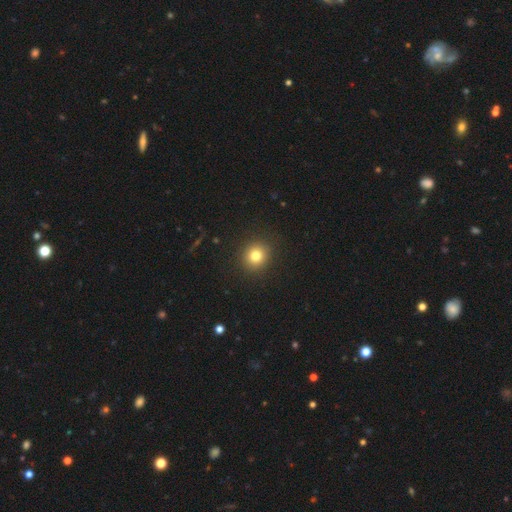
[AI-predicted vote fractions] smooth-or-featured: smooth: 80% | star or artifact: 12% | featured or disk: 7%
  how-rounded: round: 89% | in between: 10% | cigar-shaped: 1%
  merging: none: 91% | minor disturbance: 6% | major disturbance: 2% | merger: 1%